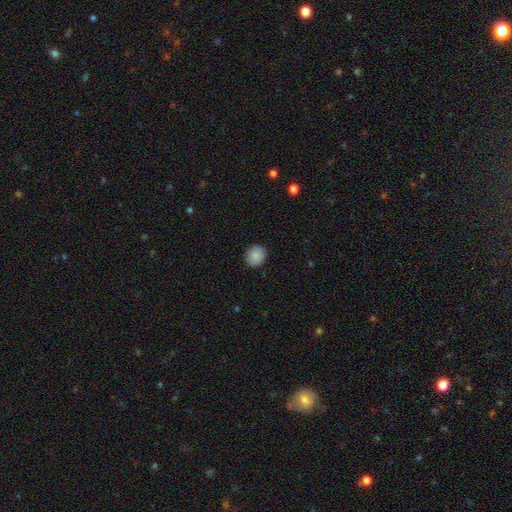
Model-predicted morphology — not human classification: smooth-or-featured: smooth: 88% | star or artifact: 8% | featured or disk: 4%
  how-rounded: round: 77% | in between: 22% | cigar-shaped: 1%
  merging: none: 90% | minor disturbance: 7% | major disturbance: 2% | merger: 1%